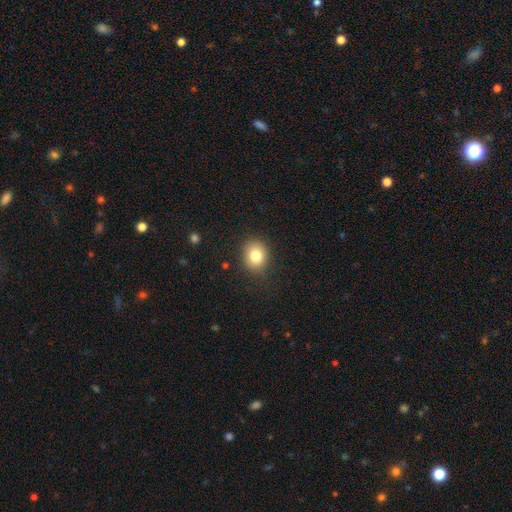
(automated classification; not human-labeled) A smooth galaxy with no disk features (81%) that is round (66%). Merging: none (83%).